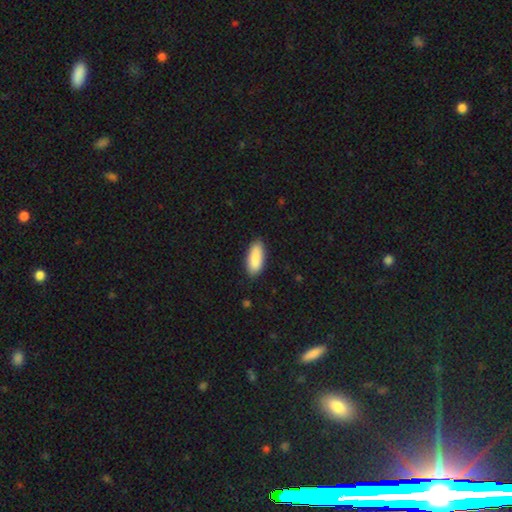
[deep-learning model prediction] smooth 88%, featured or disk 6%, star or artifact 6%. Down the decision tree: how rounded — in between (80%); merging — none (86%).